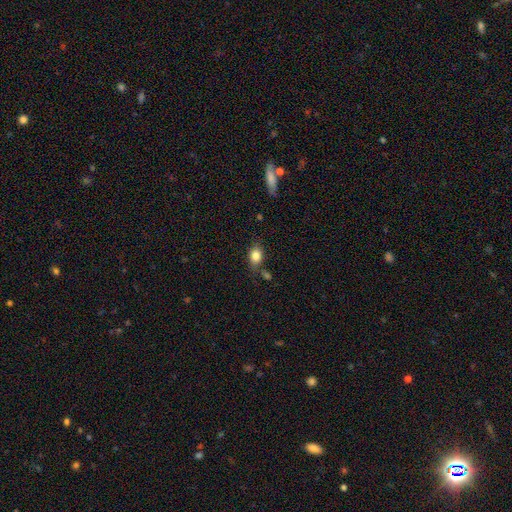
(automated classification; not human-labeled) This is clearly a smooth galaxy (82%). How rounded: likely in between (66%). Merging: likely none (68%).